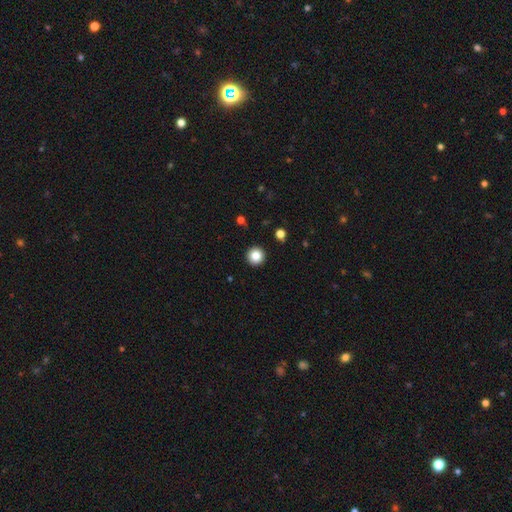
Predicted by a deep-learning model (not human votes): Smooth or featured? smooth (85%)
How rounded? round (96%)
Merging? none (93%)